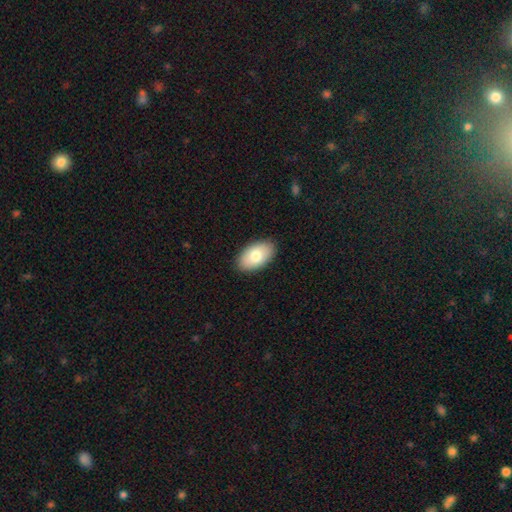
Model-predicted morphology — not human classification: Smooth or featured? Predicted: smooth (p=0.79). How rounded? Predicted: in between (p=0.95). Merging? Predicted: none (p=0.89).